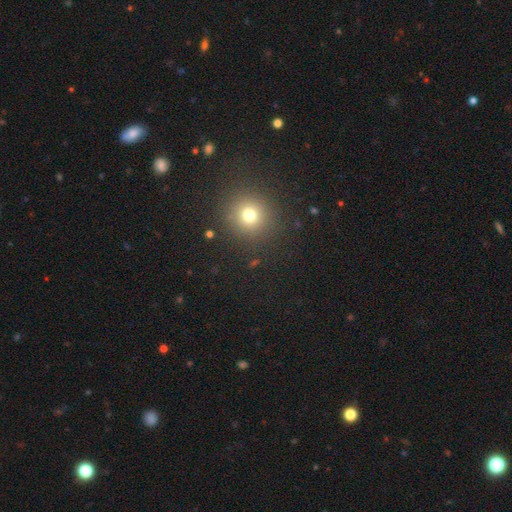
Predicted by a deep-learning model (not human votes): This appears to be a smooth galaxy with no disk features (60%) that is round (93%). Merging: none (92%).